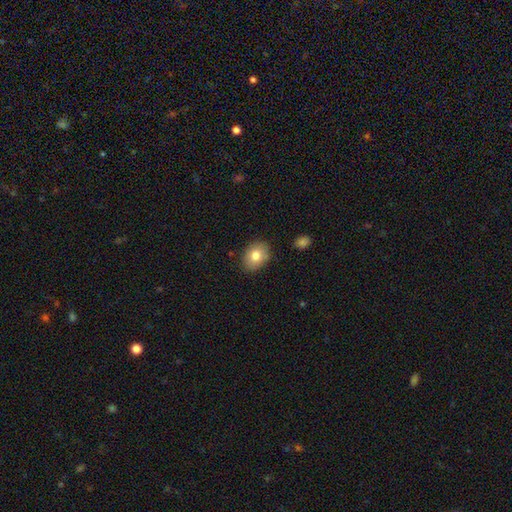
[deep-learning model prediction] A smooth galaxy with no disk features (81%) that is in between round and cigar-shaped (63%).

Vote fractions:
- Smooth or featured? smooth: 81% / featured or disk: 11% / star or artifact: 8%
- How rounded? in between: 63% / round: 37% / cigar-shaped: 1%
- Merging? none: 85% / minor disturbance: 11% / major disturbance: 2% / merger: 2%